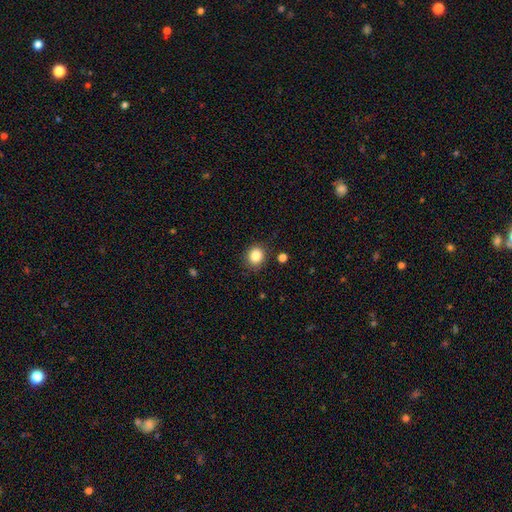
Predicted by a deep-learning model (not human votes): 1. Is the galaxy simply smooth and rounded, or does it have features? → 85% smooth, 10% star or artifact, 5% featured or disk.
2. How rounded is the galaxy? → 81% round, 19% in between, 1% cigar-shaped.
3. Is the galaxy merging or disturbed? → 86% none, 9% minor disturbance, 3% major disturbance, 2% merger.